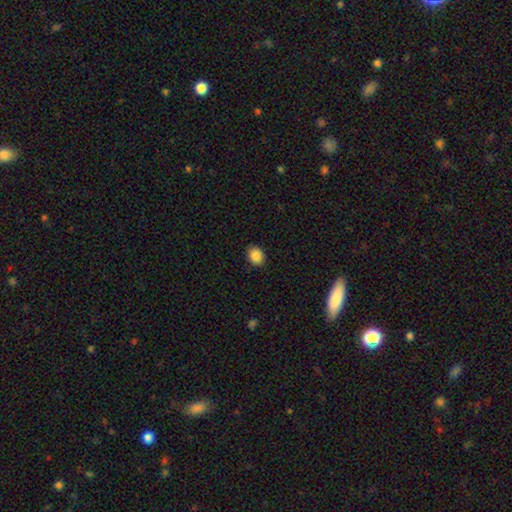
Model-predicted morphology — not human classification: A smooth galaxy with no disk features (88%) that is round (54%). Merging: none (89%).